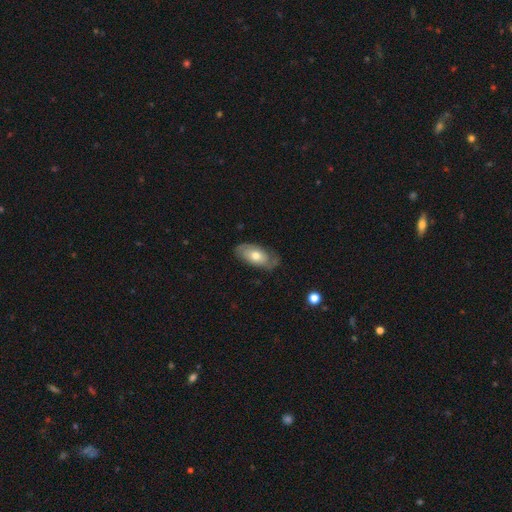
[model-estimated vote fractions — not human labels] Morphology: type=featured or disk (57%); edge-on=no (90%); bar=no (79%); spiral arms=yes (74%); bulge=moderate (71%); merging=none (73%).